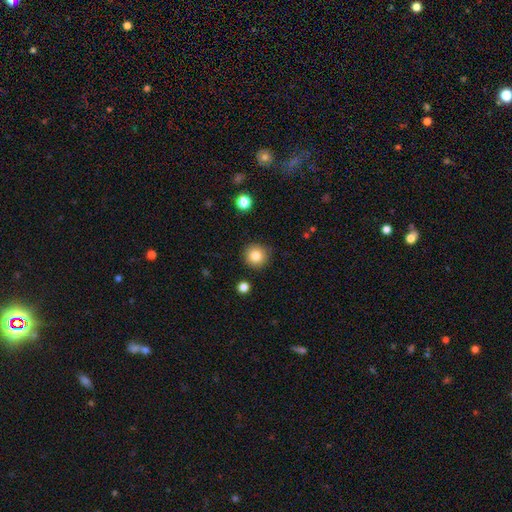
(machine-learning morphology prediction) A smooth galaxy with no disk features (83%) that is round (95%).

Vote fractions:
- Smooth or featured? smooth: 83% / star or artifact: 10% / featured or disk: 7%
- How rounded? round: 95% / in between: 4% / cigar-shaped: 1%
- Merging? none: 88% / minor disturbance: 8% / major disturbance: 2% / merger: 2%